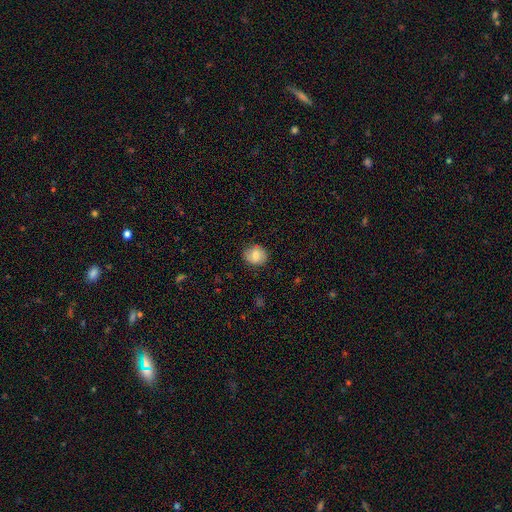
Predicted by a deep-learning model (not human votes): Smooth or featured: smooth — 73% (featured or disk — 19%)
How rounded: round — 66% (in between — 33%)
Merging: none — 83% (minor disturbance — 13%)